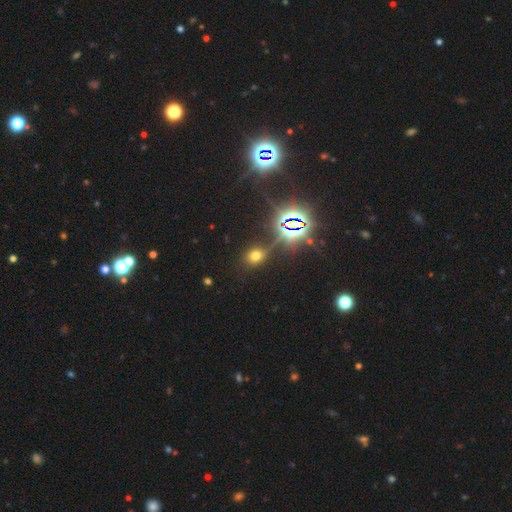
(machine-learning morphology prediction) Smooth or featured? smooth (53%)
How rounded? round (54%)
Merging? none (74%)